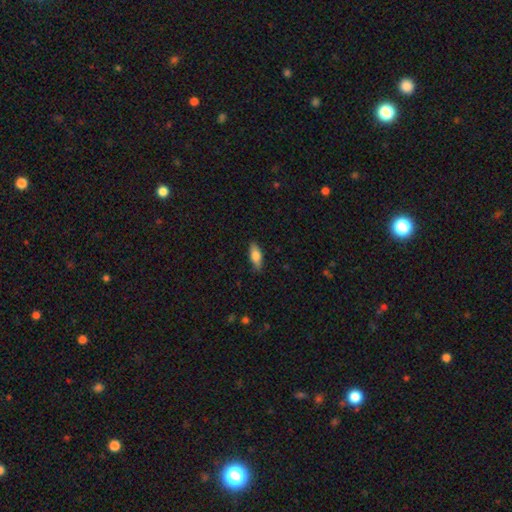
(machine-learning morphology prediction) The model was most divided on "how rounded": in between: 70%, cigar-shaped: 27%, round: 3%. More confident: merging — none (86%); smooth or featured — smooth (75%).